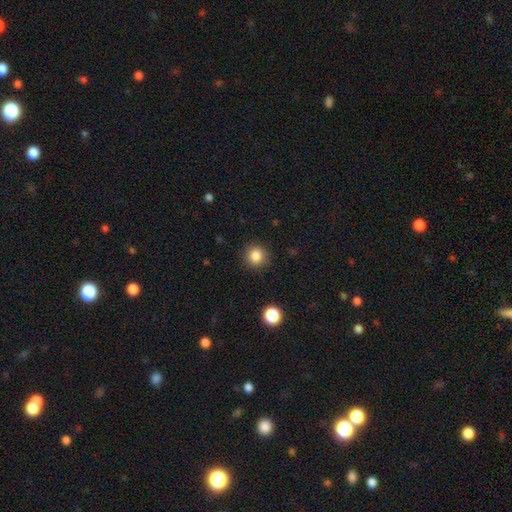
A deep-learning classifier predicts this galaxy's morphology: The model was most divided on "smooth or featured": smooth: 84%, star or artifact: 11%, featured or disk: 5%. More confident: how rounded — round (92%); merging — none (90%).